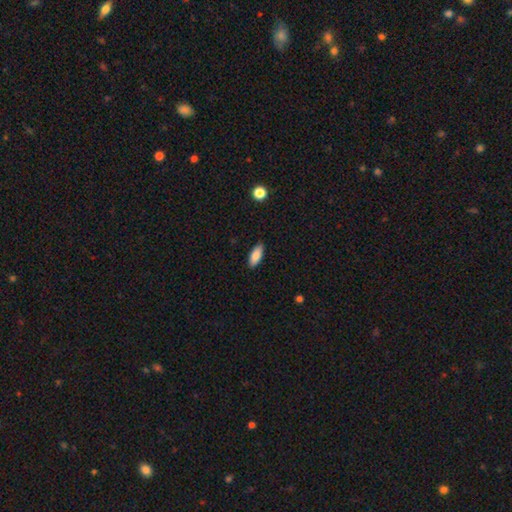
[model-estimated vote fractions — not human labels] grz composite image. It shows a smooth galaxy with no disk features (86%) that is in between round and cigar-shaped (79%). Merging: none (87%).